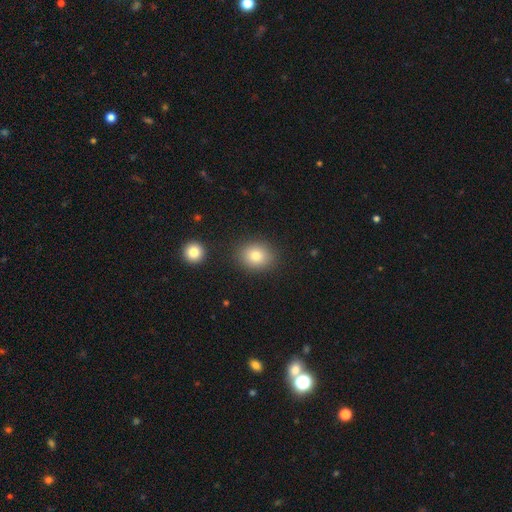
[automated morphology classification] A smooth galaxy with no disk features (82%) that is round (62%). Merging: none (86%).